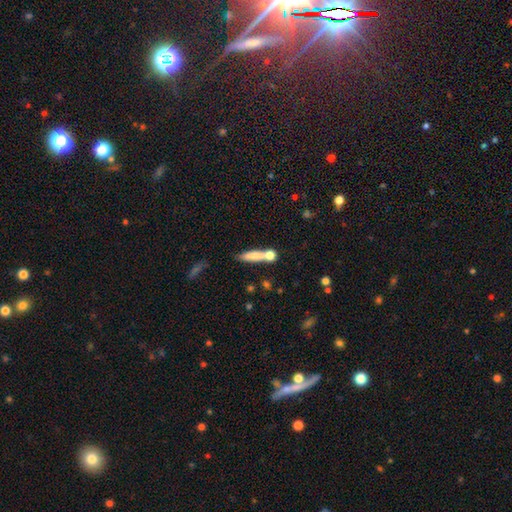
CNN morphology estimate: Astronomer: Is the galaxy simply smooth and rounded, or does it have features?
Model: smooth — 69%.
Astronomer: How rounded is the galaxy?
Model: cigar-shaped — 78%.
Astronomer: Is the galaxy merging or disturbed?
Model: none — 56%.